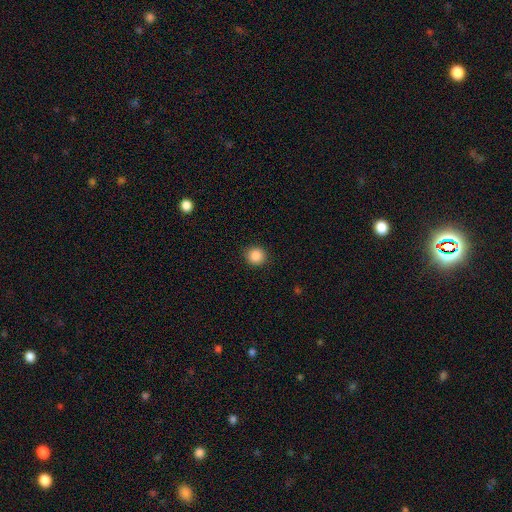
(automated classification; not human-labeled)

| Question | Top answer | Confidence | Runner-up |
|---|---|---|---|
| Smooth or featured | smooth | 87% | star or artifact (10%) |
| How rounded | round | 91% | in between (8%) |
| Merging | none | 91% | minor disturbance (6%) |